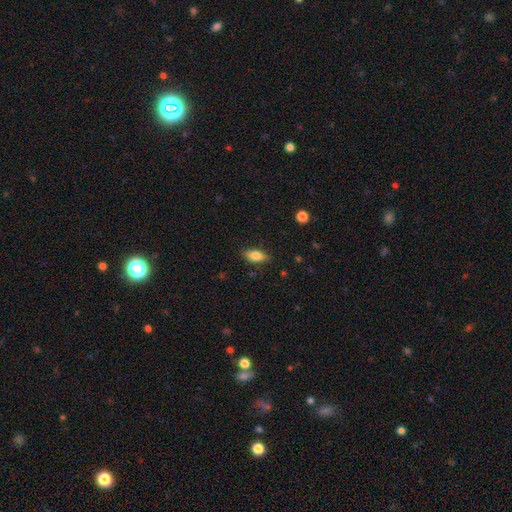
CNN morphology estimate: Overall: smooth (79%). How rounded: in between (82%). Merging: none (84%).